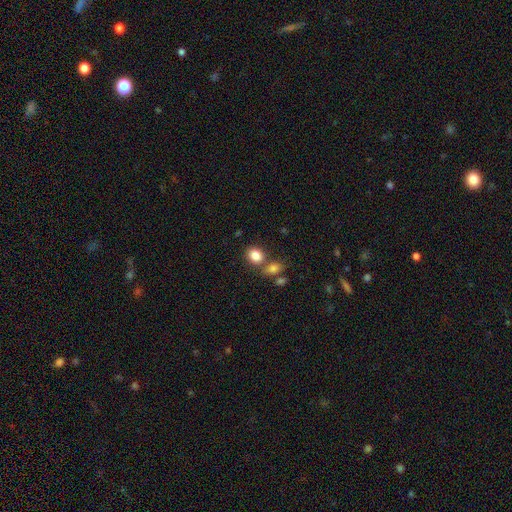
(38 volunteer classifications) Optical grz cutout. It shows a smooth galaxy with no disk features (87%) that is in between round and cigar-shaped (64%). Merging: none (49%).